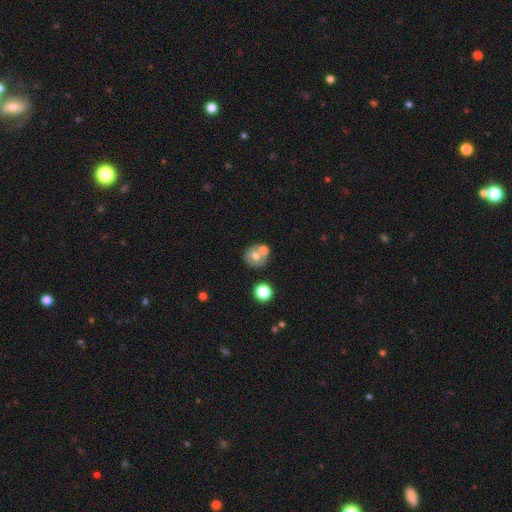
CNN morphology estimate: Smooth or featured: smooth — 57% (featured or disk — 32%)
How rounded: round — 81% (in between — 18%)
Merging: none — 48% (merger — 38%)